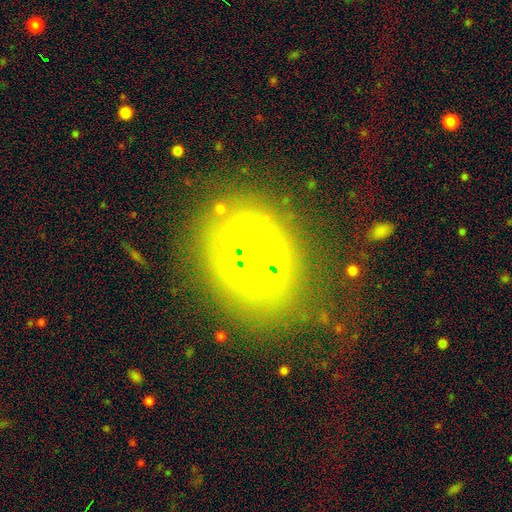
featured or disk 92%, star or artifact 5%, smooth 2%. Down the decision tree: edge-on disk — no (100%); bar — no (57%); spiral arms — yes (97%); spiral arm count — 3 (31%); spiral winding — tight (67%); bulge size — moderate (57%); merging — none (71%).